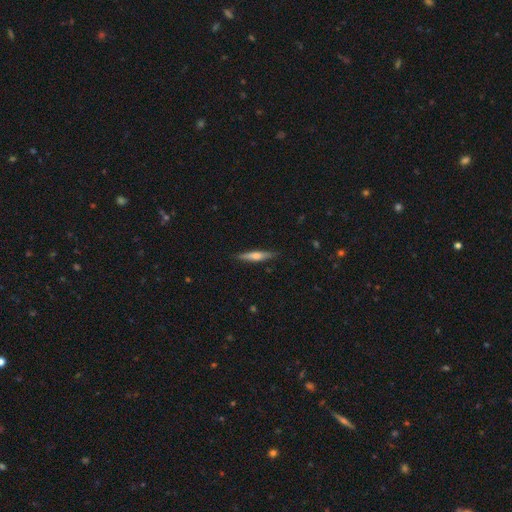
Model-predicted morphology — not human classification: type=featured or disk (50%); merging=none (88%).